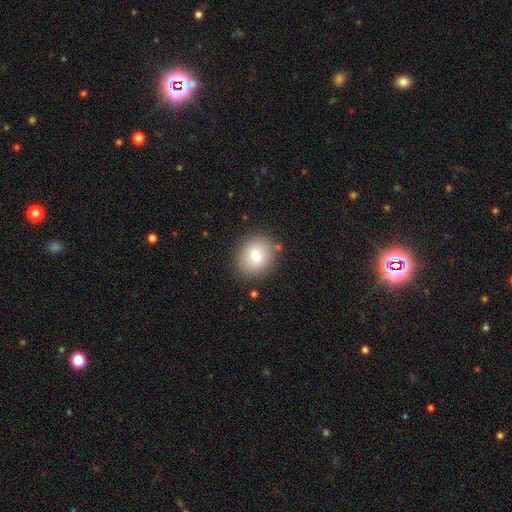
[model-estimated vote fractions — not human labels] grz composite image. It shows a smooth galaxy with no disk features (77%) that is round (74%). Merging: none (83%).